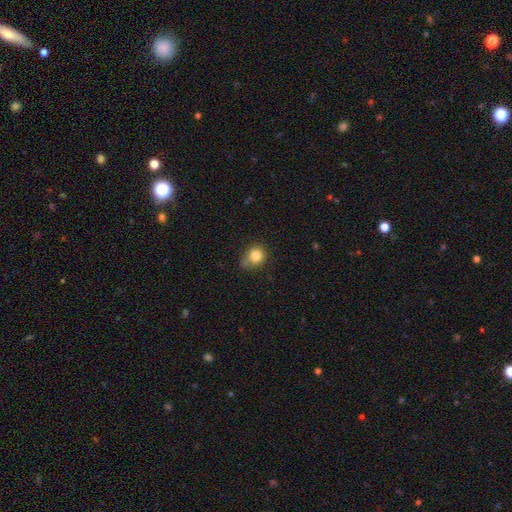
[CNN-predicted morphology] Smooth or featured? smooth (82%)
How rounded? round (85%)
Merging? none (66%)